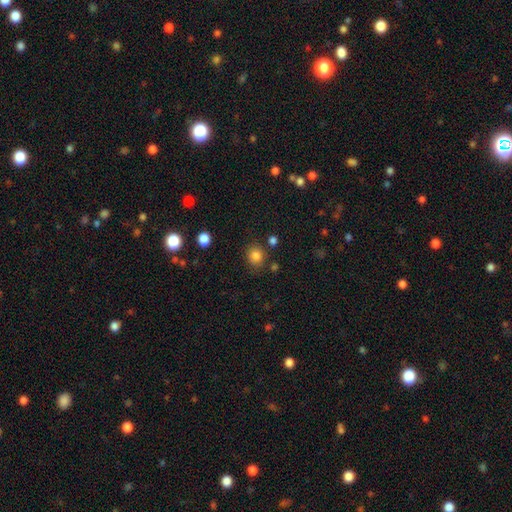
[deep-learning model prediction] A smooth galaxy with no disk features (84%) that is round (80%).

Vote fractions:
- Smooth or featured? smooth: 84% / star or artifact: 12% / featured or disk: 5%
- How rounded? round: 80% / in between: 19% / cigar-shaped: 1%
- Merging? none: 82% / minor disturbance: 10% / merger: 5% / major disturbance: 4%